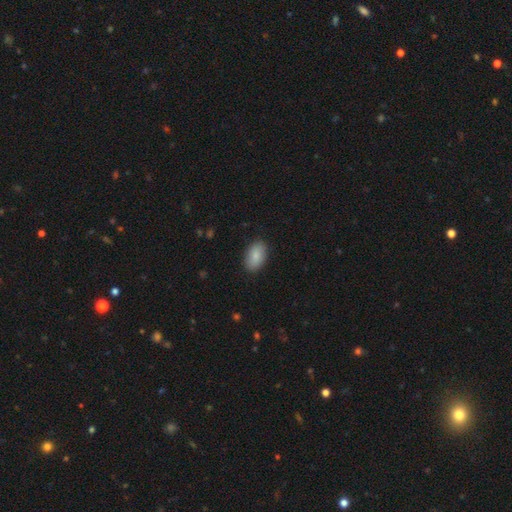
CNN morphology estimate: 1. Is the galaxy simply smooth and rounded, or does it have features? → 87% smooth, 6% star or artifact, 6% featured or disk.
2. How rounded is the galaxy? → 93% in between, 6% round, 2% cigar-shaped.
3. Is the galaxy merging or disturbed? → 87% none, 10% minor disturbance, 2% major disturbance, 1% merger.